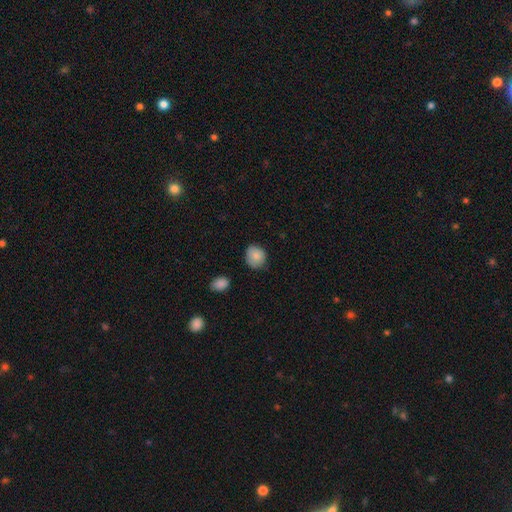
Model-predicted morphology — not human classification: Smooth or featured?
  - smooth: 85% *
  - star or artifact: 8%
  - featured or disk: 7%
How rounded?
  - round: 74% *
  - in between: 25%
  - cigar-shaped: 1%
Merging?
  - none: 75% *
  - minor disturbance: 19%
  - major disturbance: 3%
  - merger: 2%